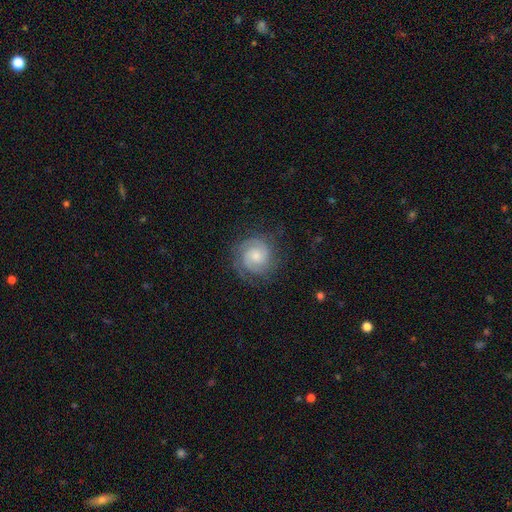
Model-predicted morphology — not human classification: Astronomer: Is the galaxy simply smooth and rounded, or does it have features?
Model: featured or disk — 78%.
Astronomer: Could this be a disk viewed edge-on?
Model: no — 98%.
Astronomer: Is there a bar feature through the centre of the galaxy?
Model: no — 65%.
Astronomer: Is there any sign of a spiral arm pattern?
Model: yes — 97%.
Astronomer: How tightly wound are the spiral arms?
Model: tight — 63%.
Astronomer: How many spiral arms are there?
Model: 2 — 67%.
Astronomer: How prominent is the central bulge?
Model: small — 44% (runner-up: moderate, 41%).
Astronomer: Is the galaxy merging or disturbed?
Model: none — 79%.